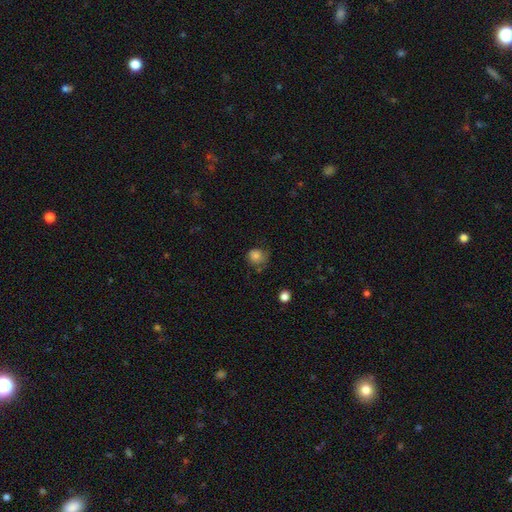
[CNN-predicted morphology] Overall: smooth (80%). How rounded: round (81%). Merging: none (58%; minor disturbance 28%).